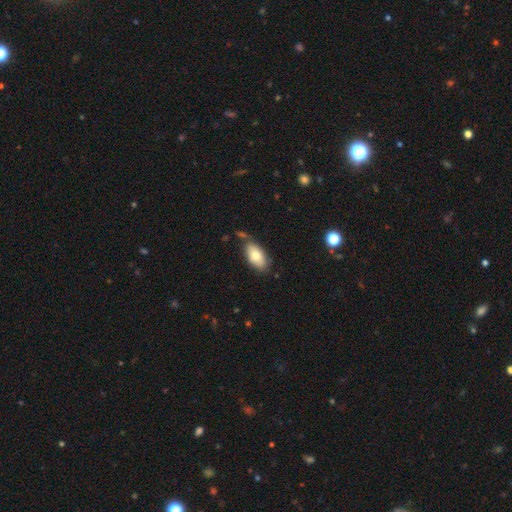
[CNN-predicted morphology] smooth-or-featured: smooth: 78% | featured or disk: 15% | star or artifact: 7%
  how-rounded: in between: 93% | cigar-shaped: 4% | round: 3%
  merging: none: 71% | minor disturbance: 18% | merger: 7% | major disturbance: 4%